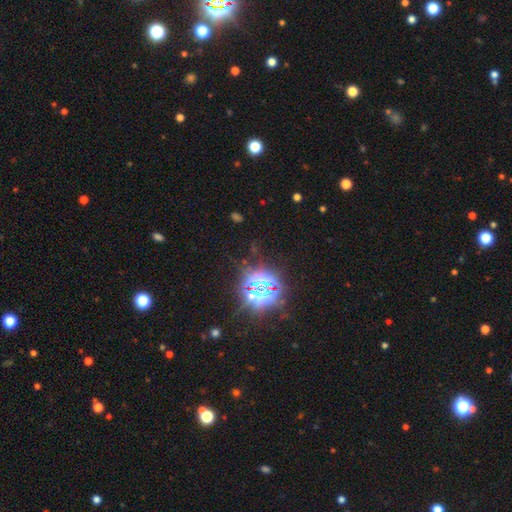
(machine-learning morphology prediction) Smooth or featured: star or artifact — 83% (smooth — 11%)